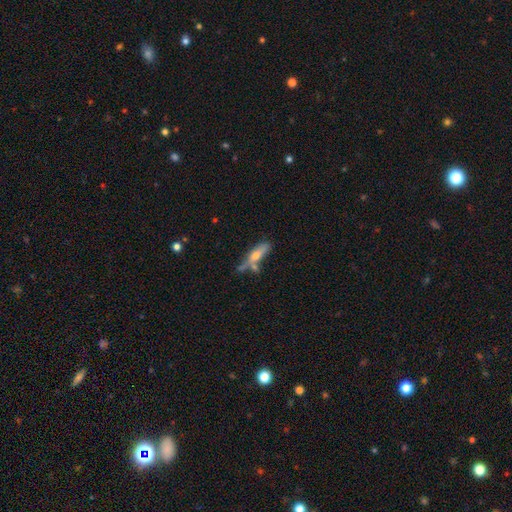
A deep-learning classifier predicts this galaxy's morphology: Smooth or featured? smooth (52%)
How rounded? cigar-shaped (62%)
Merging? none (46%)